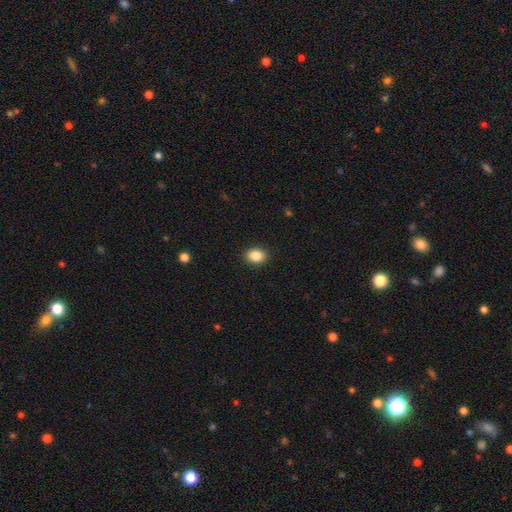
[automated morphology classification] Smooth or featured? smooth (87%)
How rounded? in between (65%)
Merging? none (90%)